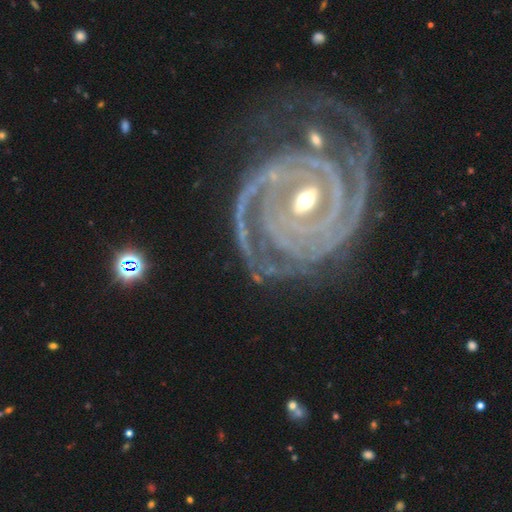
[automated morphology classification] Smooth or featured? featured or disk (92%)
Edge-on disk? no (97%)
Bar? weak (34%, tied with strong)
Spiral arms? yes (99%)
Spiral winding? tight (84%)
Spiral arm count? 2 (32%)
Bulge size? moderate (52%)
Merging? none (65%)